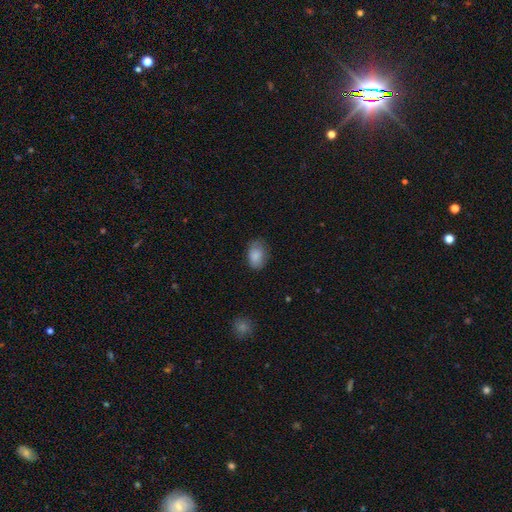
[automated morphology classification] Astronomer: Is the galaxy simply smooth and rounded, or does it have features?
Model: smooth — 85%.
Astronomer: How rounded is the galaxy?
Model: in between — 85%.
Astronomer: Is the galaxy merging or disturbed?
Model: none — 68%.